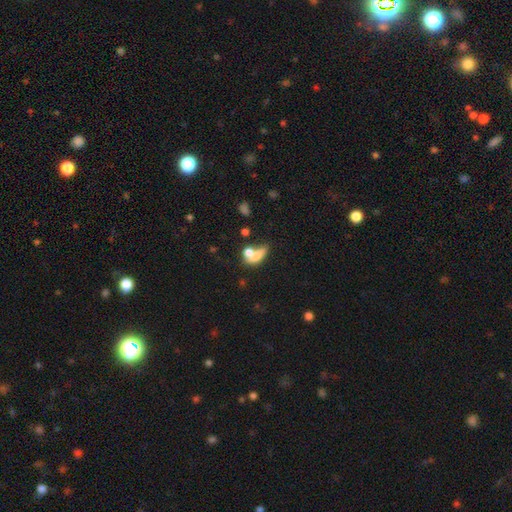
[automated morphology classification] Smooth or featured?
  - smooth: 65% *
  - featured or disk: 24%
  - star or artifact: 10%
How rounded?
  - in between: 62% *
  - cigar-shaped: 20%
  - round: 18%
Merging?
  - merger: 52% *
  - none: 25%
  - major disturbance: 11%
  - minor disturbance: 11%